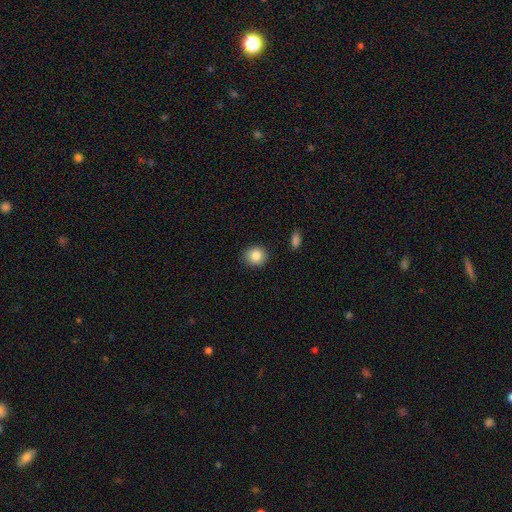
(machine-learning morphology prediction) Smooth or featured? Predicted: smooth (p=0.84). How rounded? Predicted: round (p=0.82). Merging? Predicted: none (p=0.89).